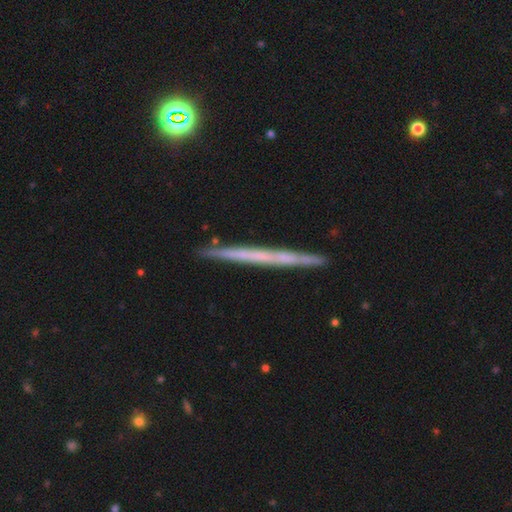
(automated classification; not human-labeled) Overall: featured or disk (60%; smooth 32%). Edge-on disk: yes (96%). Edge-on bulge: none (90%). Merging: none (89%).